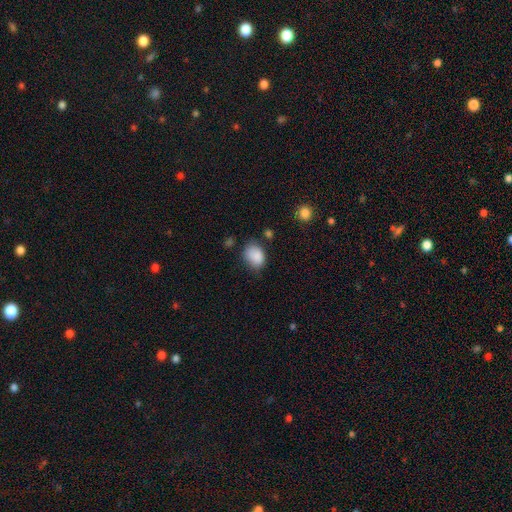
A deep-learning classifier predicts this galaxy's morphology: Smooth or featured: smooth — 87% (star or artifact — 8%)
How rounded: in between — 69% (round — 30%)
Merging: none — 61% (minor disturbance — 29%)